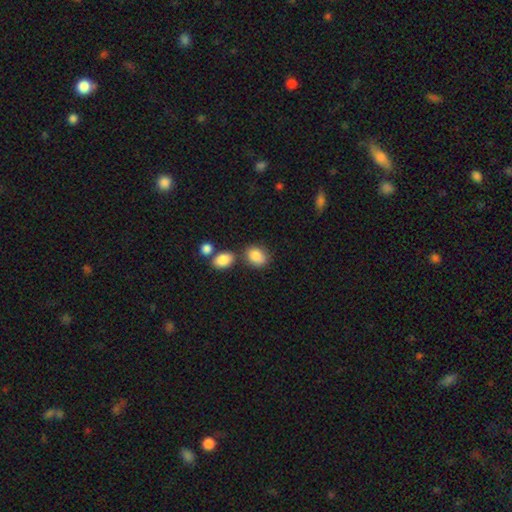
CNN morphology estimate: Overall: smooth (87%). How rounded: in between (71%). Merging: none (65%).